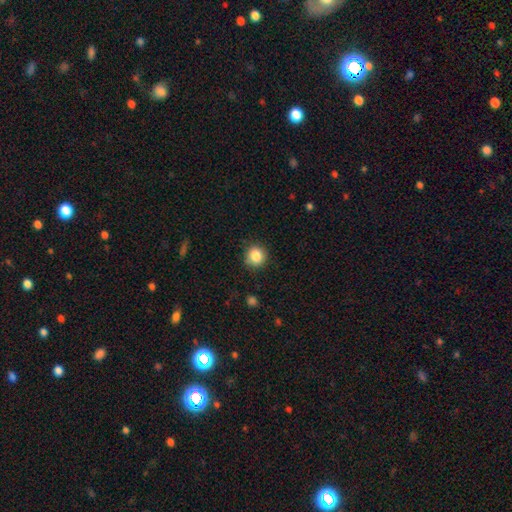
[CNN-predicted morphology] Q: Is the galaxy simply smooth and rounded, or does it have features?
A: smooth — 85%.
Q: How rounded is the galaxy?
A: round — 88%.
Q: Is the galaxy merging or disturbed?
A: none — 84%.